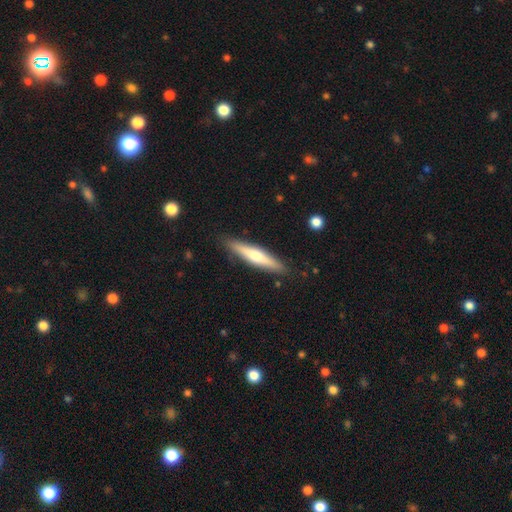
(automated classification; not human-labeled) This is possibly a smooth galaxy (47%, tied with featured or disk). Merging: clearly none (88%).